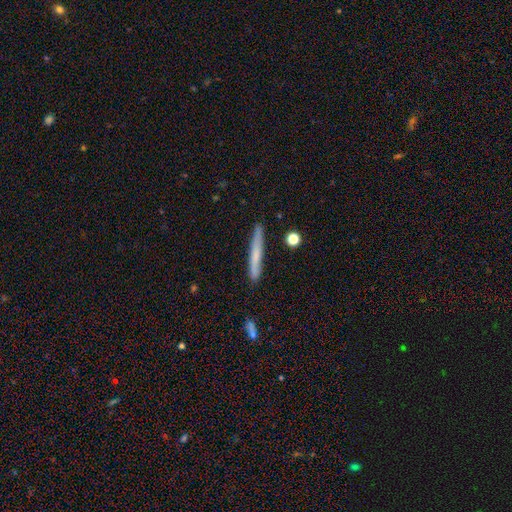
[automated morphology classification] A smooth galaxy with no disk features (62%) that is cigar-shaped (96%). Merging: none (87%).